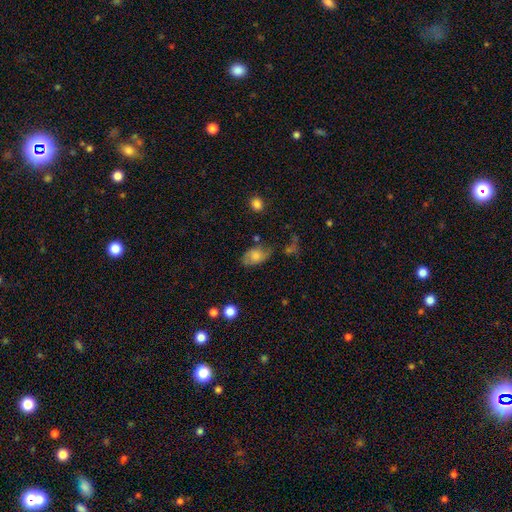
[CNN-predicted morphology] Overall: smooth (62%; featured or disk 28%). How rounded: in between (86%). Merging: none (54%; minor disturbance 28%).